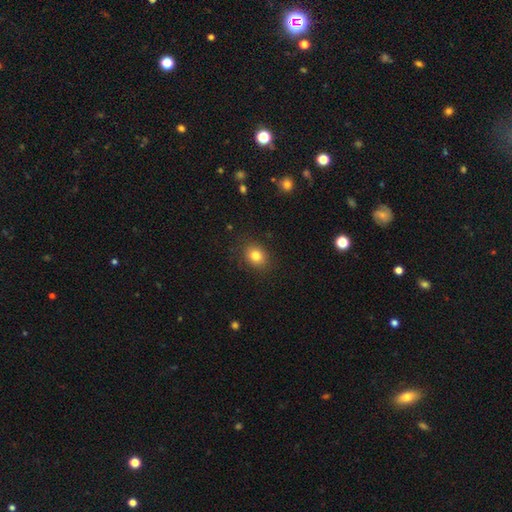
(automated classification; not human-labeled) Smooth or featured? Predicted: smooth (p=0.82). How rounded? Predicted: round (p=0.50). Merging? Predicted: none (p=0.86).